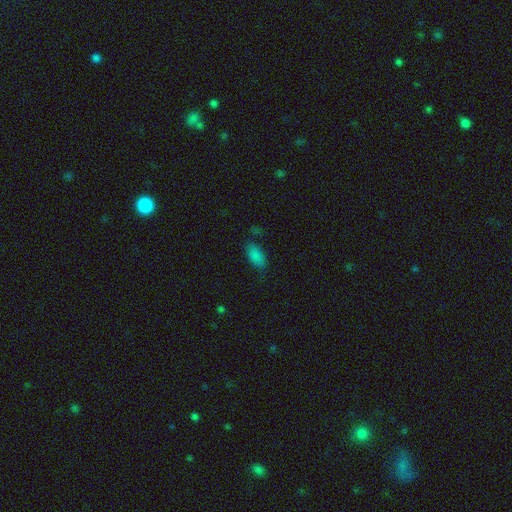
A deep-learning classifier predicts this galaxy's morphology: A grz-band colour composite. It shows a smooth galaxy with no disk features (85%) that is in between round and cigar-shaped (91%). Merging: none (72%).